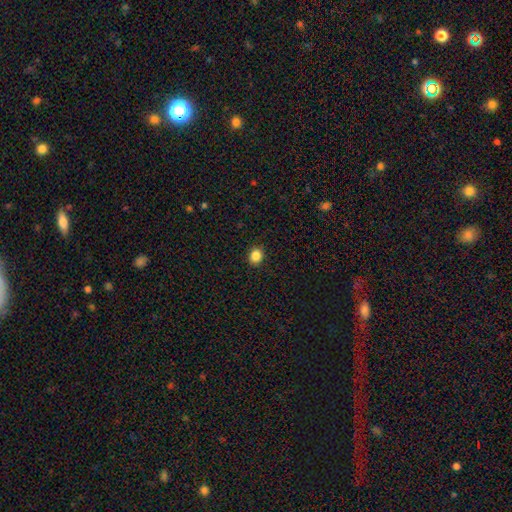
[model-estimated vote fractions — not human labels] Q: Smooth or featured?
A: smooth (85%); runner-up: star or artifact (11%)
Q: How rounded?
A: round (64%); runner-up: in between (35%)
Q: Merging?
A: none (91%); runner-up: minor disturbance (6%)